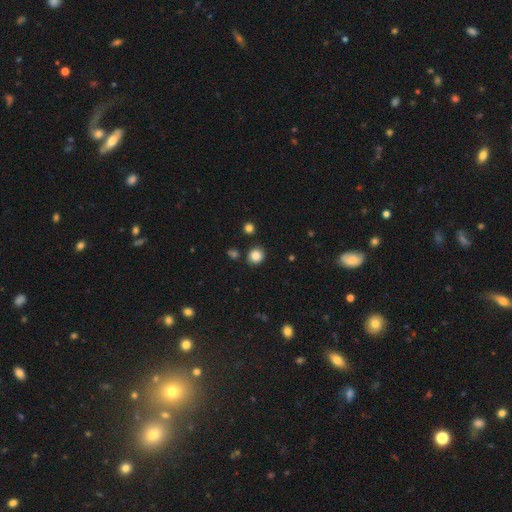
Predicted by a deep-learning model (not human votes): A smooth galaxy with no disk features (85%) that is round (89%). Merging: none (86%).